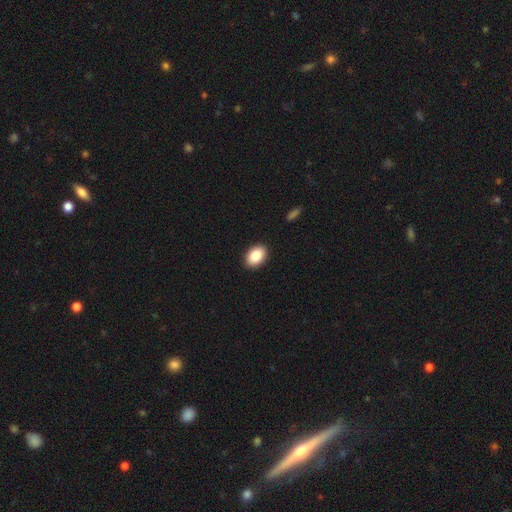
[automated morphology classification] The model was most divided on "how rounded": in between: 86%, round: 13%, cigar-shaped: 1%. More confident: merging — none (91%); smooth or featured — smooth (87%).